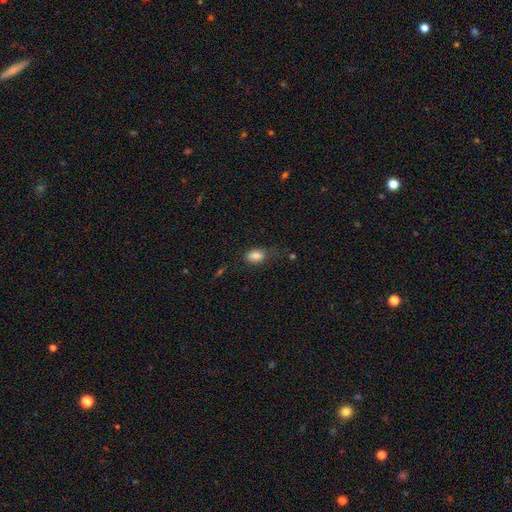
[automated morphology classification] A smooth galaxy with no disk features (83%) that is in between round and cigar-shaped (87%). Merging: none (56%).